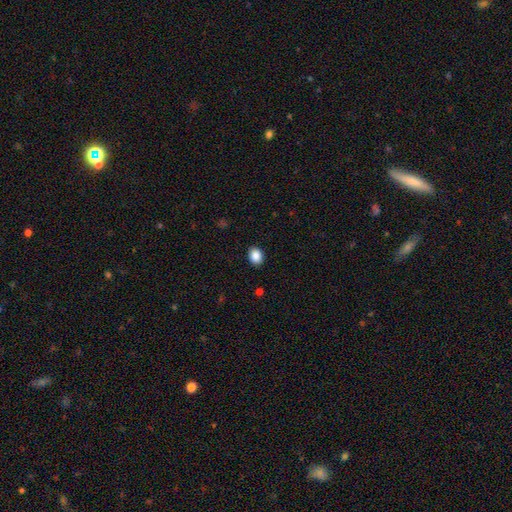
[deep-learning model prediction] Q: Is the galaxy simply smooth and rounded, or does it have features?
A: smooth — 88%.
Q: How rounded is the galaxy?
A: in between — 51%.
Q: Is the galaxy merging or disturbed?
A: none — 90%.